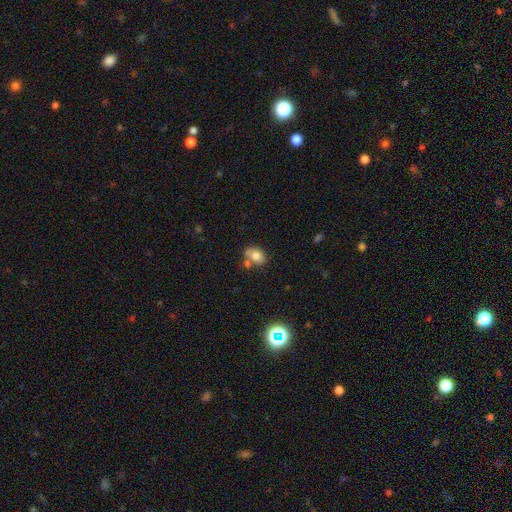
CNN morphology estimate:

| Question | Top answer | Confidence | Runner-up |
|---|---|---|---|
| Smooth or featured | smooth | 74% | featured or disk (15%) |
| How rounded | in between | 54% | round (45%) |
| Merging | none | 51% | merger (27%) |